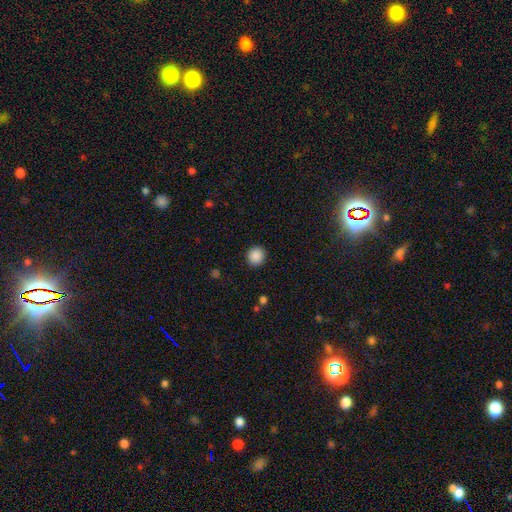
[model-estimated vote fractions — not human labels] Smooth or featured? smooth (88%)
How rounded? round (91%)
Merging? none (91%)